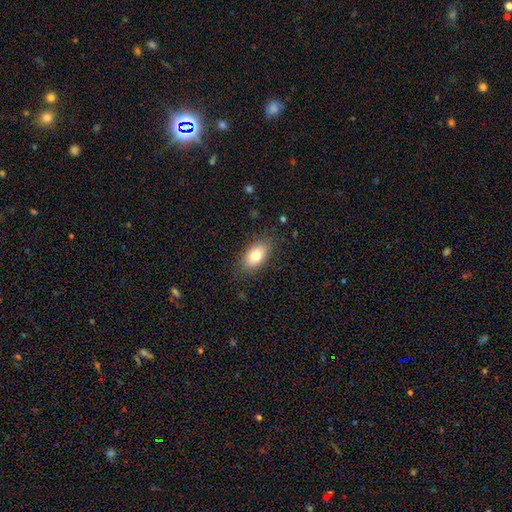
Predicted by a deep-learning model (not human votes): Morphology: type=smooth (78%); roundness=in between (89%); merging=none (83%).